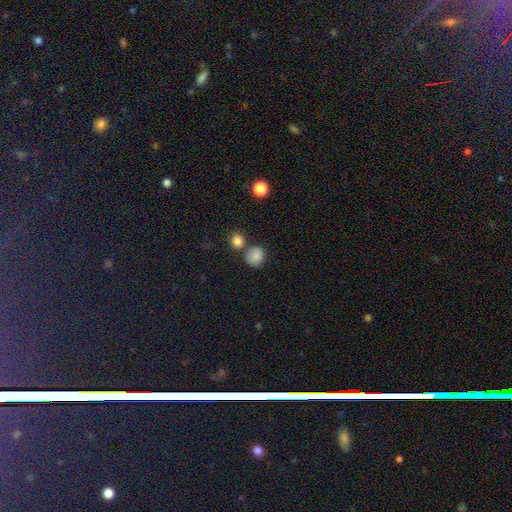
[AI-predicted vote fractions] smooth 84%, star or artifact 10%, featured or disk 6%. Down the decision tree: how rounded — round (80%); merging — none (66%).